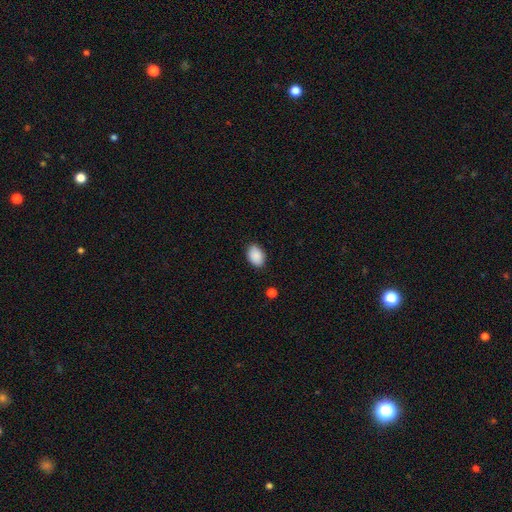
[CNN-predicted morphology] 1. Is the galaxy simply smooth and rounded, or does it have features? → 90% smooth, 7% star or artifact, 3% featured or disk.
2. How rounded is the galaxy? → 84% in between, 15% round, 1% cigar-shaped.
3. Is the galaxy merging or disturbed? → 85% none, 11% minor disturbance, 2% major disturbance, 1% merger.